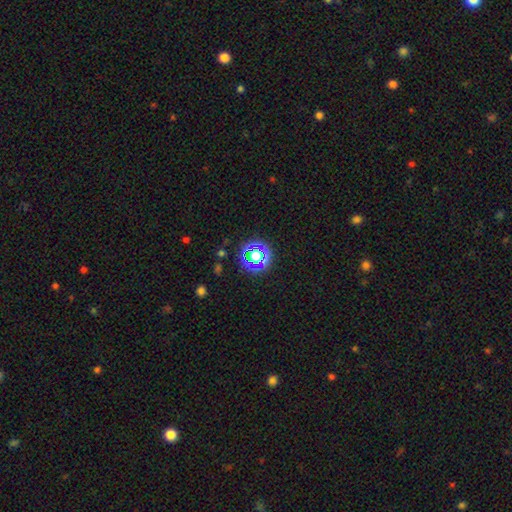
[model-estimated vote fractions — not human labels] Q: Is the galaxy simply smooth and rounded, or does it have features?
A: star or artifact — 56%.